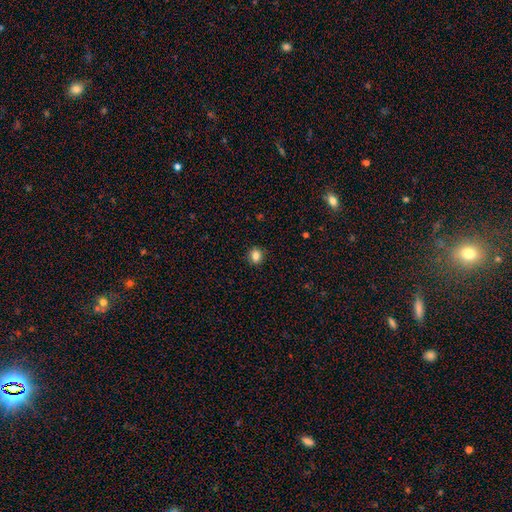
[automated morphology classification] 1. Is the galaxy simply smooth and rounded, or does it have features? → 84% smooth, 11% star or artifact, 5% featured or disk.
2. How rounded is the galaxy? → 72% round, 27% in between, 1% cigar-shaped.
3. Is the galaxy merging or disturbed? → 91% none, 6% minor disturbance, 2% major disturbance, 1% merger.